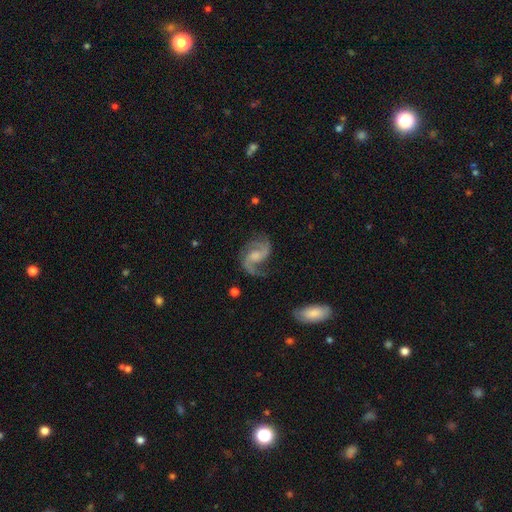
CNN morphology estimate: Smooth or featured?
  - featured or disk: 90% *
  - smooth: 5%
  - star or artifact: 5%
Edge-on disk?
  - no: 98% *
  - yes: 2%
Bar?
  - no: 46% *
  - weak: 45%
  - strong: 10%
Spiral arms?
  - yes: 98% *
  - no: 2%
Spiral winding?
  - medium: 50% *
  - loose: 39%
  - tight: 11%
Spiral arm count?
  - 2: 89% *
  - 3: 4%
  - can't tell: 2%
  - 1: 2%
  - 4: 1%
  - more than 4: 1%
Bulge size?
  - moderate: 32% *
  - none: 31%
  - small: 27%
  - large: 9%
  - dominant: 1%
Merging?
  - none: 68% *
  - minor disturbance: 18%
  - major disturbance: 12%
  - merger: 2%